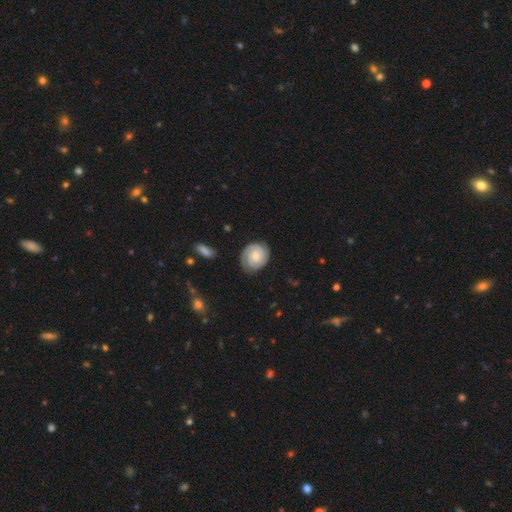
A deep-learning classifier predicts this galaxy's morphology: Q: Smooth or featured?
A: featured or disk (71%); runner-up: smooth (23%)
Q: Edge-on disk?
A: no (98%); runner-up: yes (2%)
Q: Bar?
A: no (68%); runner-up: weak (27%)
Q: Spiral arms?
A: yes (95%); runner-up: no (5%)
Q: Spiral winding?
A: tight (74%); runner-up: medium (21%)
Q: Spiral arm count?
A: 2 (65%); runner-up: can't tell (15%)
Q: Bulge size?
A: small (51%); runner-up: moderate (34%)
Q: Merging?
A: none (79%); runner-up: minor disturbance (15%)